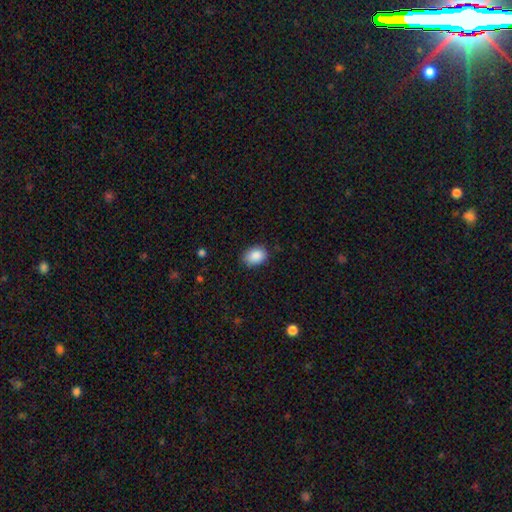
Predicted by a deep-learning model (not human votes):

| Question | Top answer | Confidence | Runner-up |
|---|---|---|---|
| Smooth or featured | smooth | 88% | star or artifact (8%) |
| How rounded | in between | 77% | round (22%) |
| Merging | none | 82% | minor disturbance (14%) |